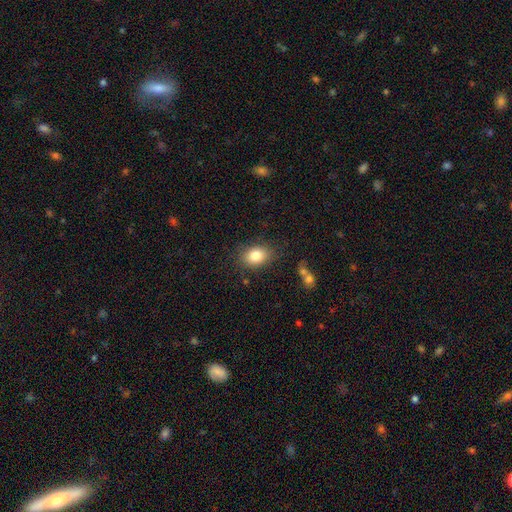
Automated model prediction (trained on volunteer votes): smooth_or_featured: smooth (p=0.83) [alt: star or artifact p=0.09]
how_rounded: in between (p=0.73) [alt: round p=0.26]
merging: none (p=0.81) [alt: minor disturbance p=0.13]